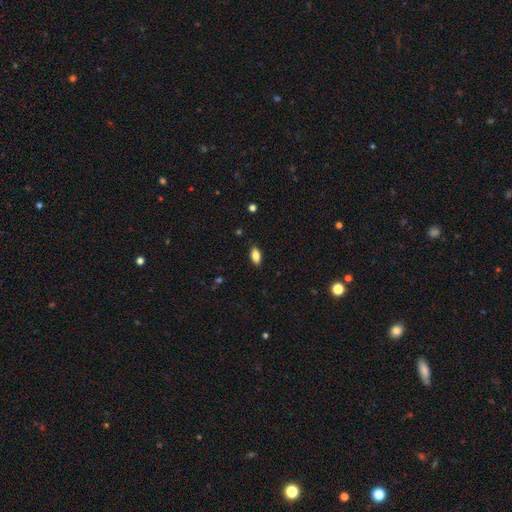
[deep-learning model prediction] Smooth or featured? Predicted: smooth (p=0.82). How rounded? Predicted: in between (p=0.89). Merging? Predicted: none (p=0.87).